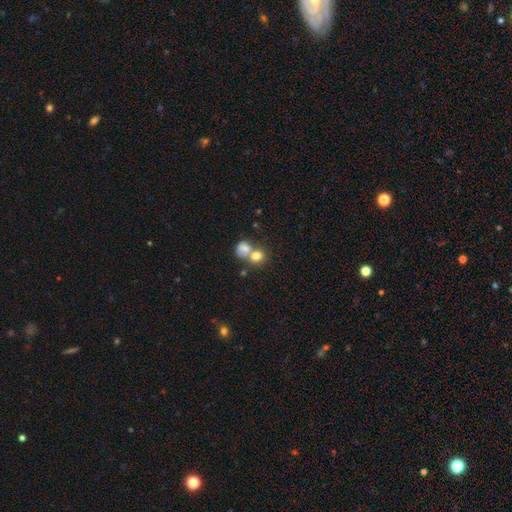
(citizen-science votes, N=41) Volunteers were most divided on "merging": merger: 44%, none: 34%, major disturbance: 12%, minor disturbance: 10%. More confident: smooth or featured — smooth (88%); how rounded — round (61%).